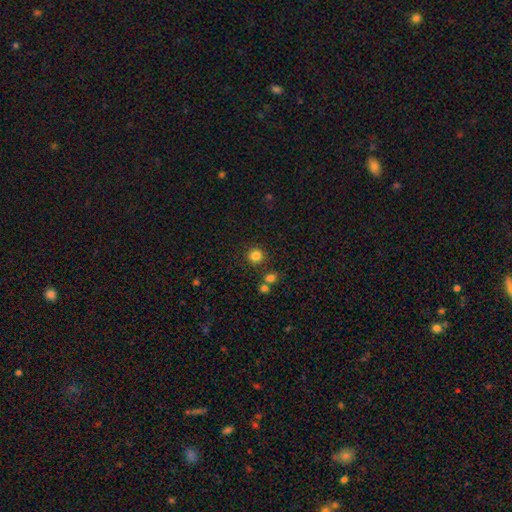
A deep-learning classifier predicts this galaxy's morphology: Q: Smooth or featured?
A: smooth (83%); runner-up: star or artifact (13%)
Q: How rounded?
A: round (92%); runner-up: in between (7%)
Q: Merging?
A: none (84%); runner-up: minor disturbance (7%)